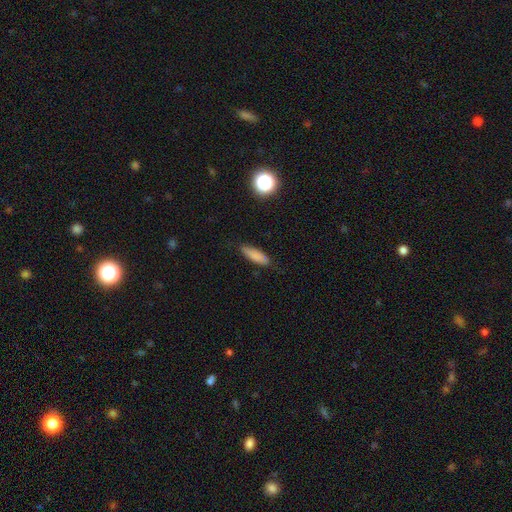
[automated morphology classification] A smooth galaxy with no disk features (83%) that is cigar-shaped (51%).

Vote fractions:
- Smooth or featured? smooth: 83% / featured or disk: 9% / star or artifact: 8%
- How rounded? cigar-shaped: 51% / in between: 47% / round: 2%
- Merging? none: 80% / minor disturbance: 16% / major disturbance: 3% / merger: 1%